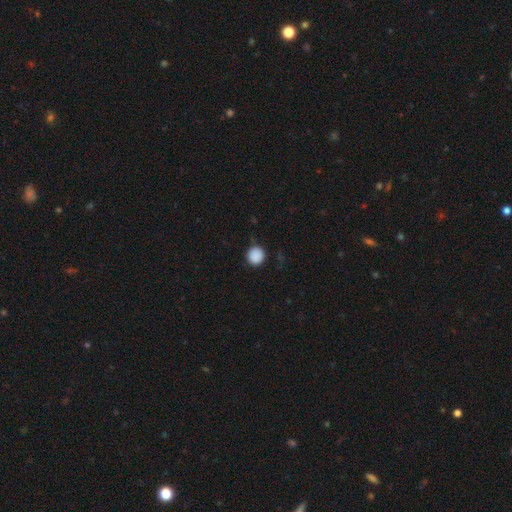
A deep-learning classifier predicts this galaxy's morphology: The model was most divided on "merging": none: 87%, minor disturbance: 9%, major disturbance: 3%, merger: 1%. More confident: how rounded — round (94%); smooth or featured — smooth (89%).